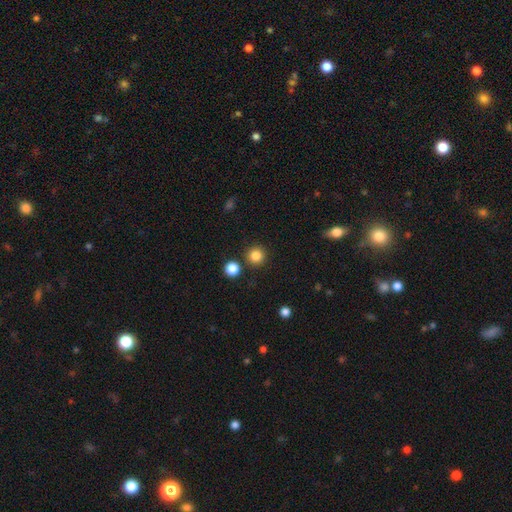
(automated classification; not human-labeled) smooth-or-featured: smooth: 85% | star or artifact: 12% | featured or disk: 4%
  how-rounded: round: 95% | in between: 4% | cigar-shaped: 1%
  merging: none: 88% | minor disturbance: 5% | merger: 4% | major disturbance: 2%